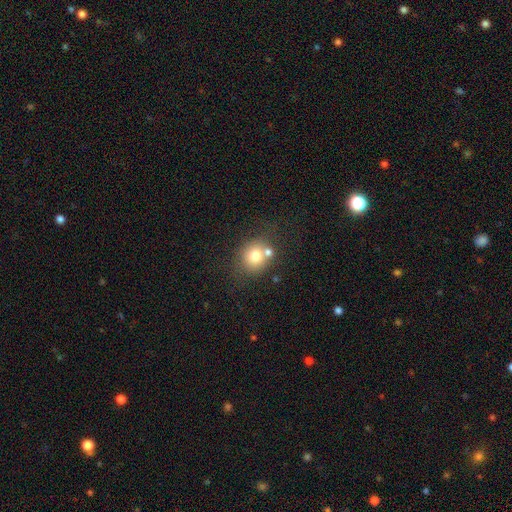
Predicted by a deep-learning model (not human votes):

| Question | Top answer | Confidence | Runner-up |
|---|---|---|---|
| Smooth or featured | smooth | 74% | featured or disk (14%) |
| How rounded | round | 81% | in between (18%) |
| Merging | none | 57% | merger (26%) |